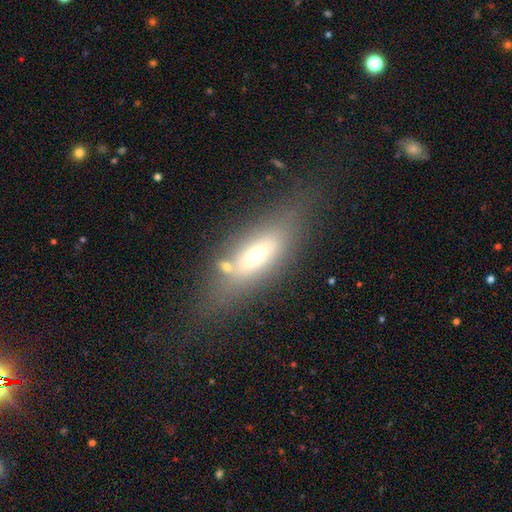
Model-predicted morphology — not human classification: Overall: smooth (49%; featured or disk 38%). Merging: none (61%).